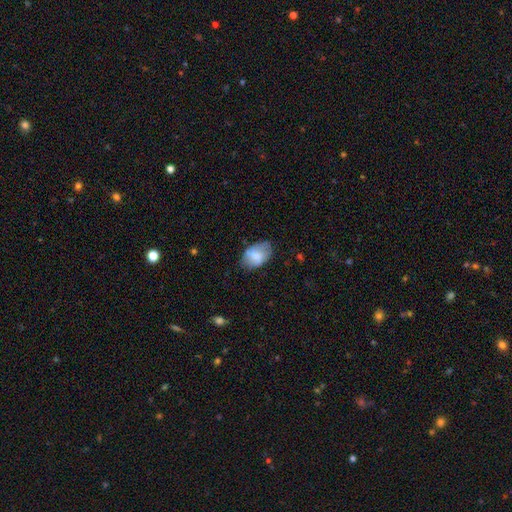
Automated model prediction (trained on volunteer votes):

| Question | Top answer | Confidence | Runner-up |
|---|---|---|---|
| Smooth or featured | smooth | 73% | featured or disk (19%) |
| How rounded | in between | 87% | round (11%) |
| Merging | none | 61% | minor disturbance (28%) |